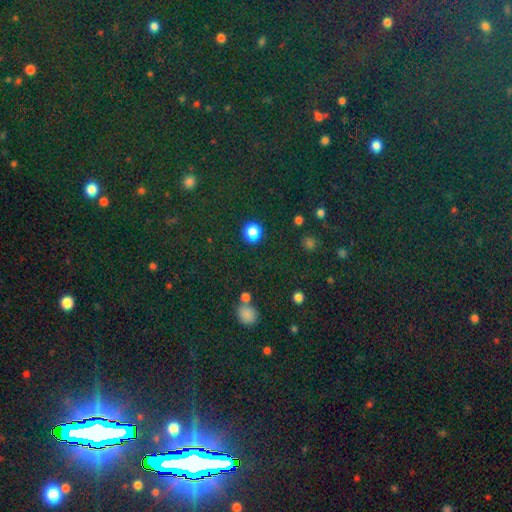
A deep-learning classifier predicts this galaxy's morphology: A star or artifact, not a galaxy (75%).